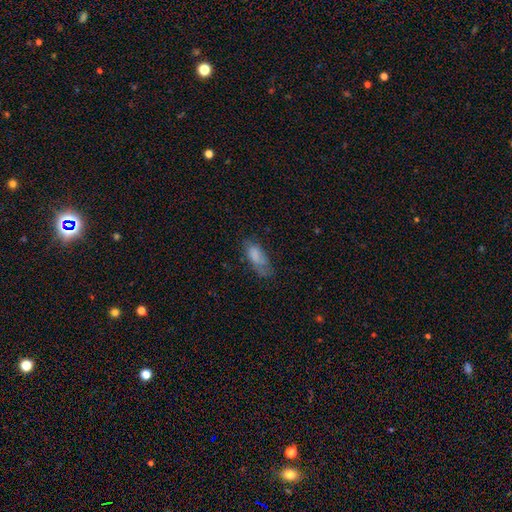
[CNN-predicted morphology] This appears to be a smooth galaxy with no disk features (73%) that is in between round and cigar-shaped (78%). Merging: none (48%).